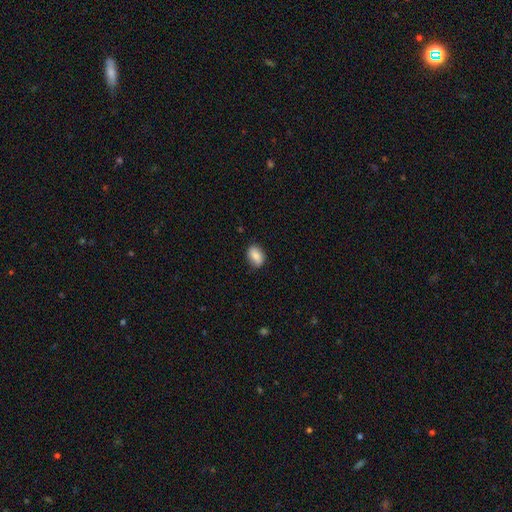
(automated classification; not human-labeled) This is clearly a smooth galaxy (82%). How rounded: likely in between (77%). Merging: clearly none (80%).